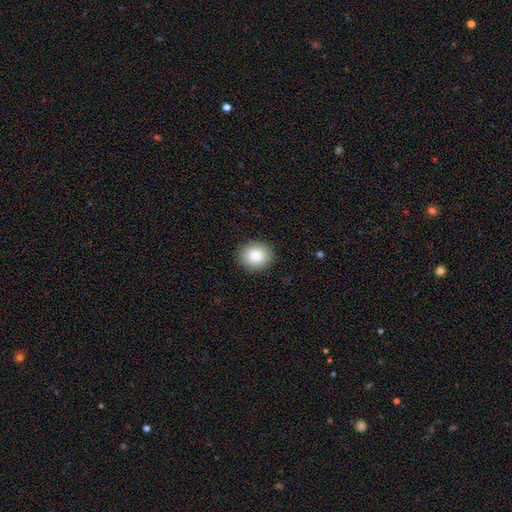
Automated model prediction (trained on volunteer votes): This is clearly a smooth galaxy (84%). How rounded: likely round (72%). Merging: clearly none (90%).